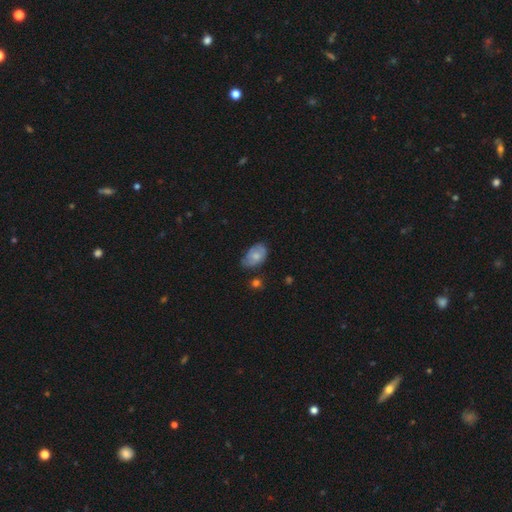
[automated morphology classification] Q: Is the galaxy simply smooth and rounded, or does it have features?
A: smooth — 65%.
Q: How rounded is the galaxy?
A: in between — 90%.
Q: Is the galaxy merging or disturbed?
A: none — 54%.